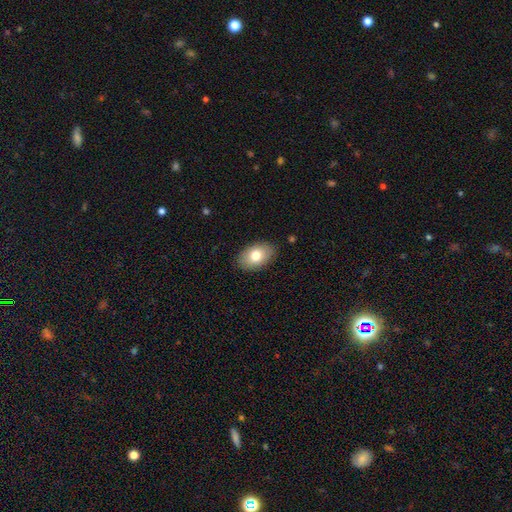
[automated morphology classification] Smooth or featured? smooth (77%)
How rounded? in between (90%)
Merging? none (87%)